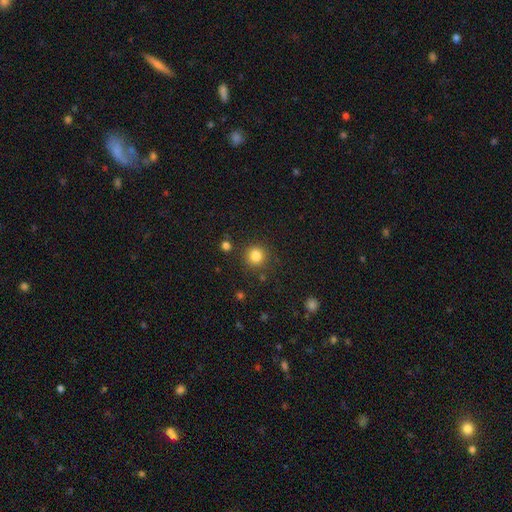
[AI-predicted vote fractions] The model was most divided on "smooth or featured": smooth: 83%, star or artifact: 12%, featured or disk: 5%. More confident: how rounded — round (92%); merging — none (85%).